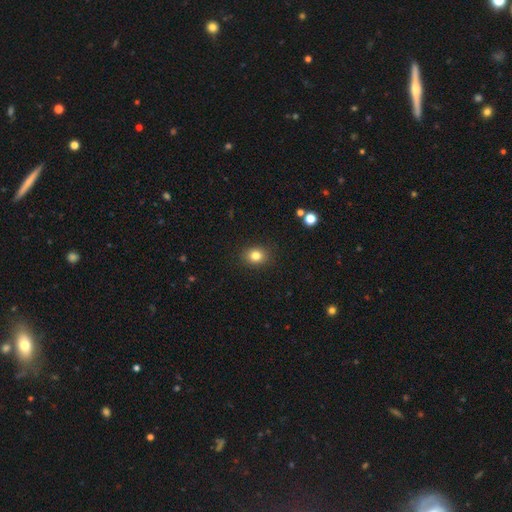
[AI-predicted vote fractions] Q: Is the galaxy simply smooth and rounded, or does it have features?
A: smooth — 82%.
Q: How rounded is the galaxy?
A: round — 62%.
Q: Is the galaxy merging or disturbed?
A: none — 89%.